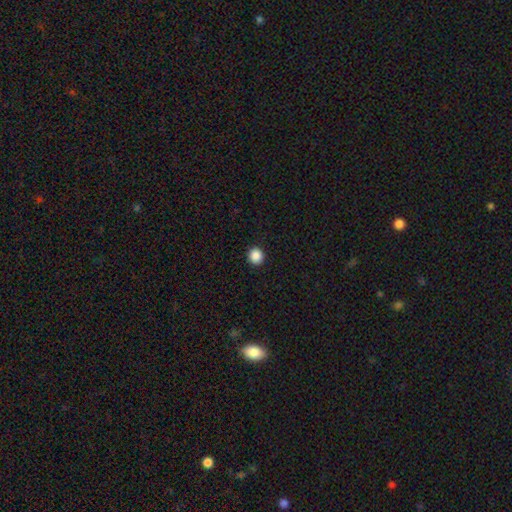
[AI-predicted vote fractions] This is clearly a smooth galaxy (88%). How rounded: clearly round (93%). Merging: clearly none (93%).